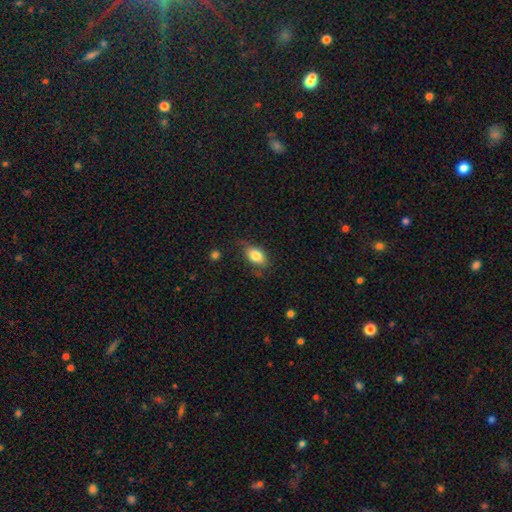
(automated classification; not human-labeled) smooth 80%, featured or disk 12%, star or artifact 8%. Down the decision tree: how rounded — in between (86%); merging — none (68%).